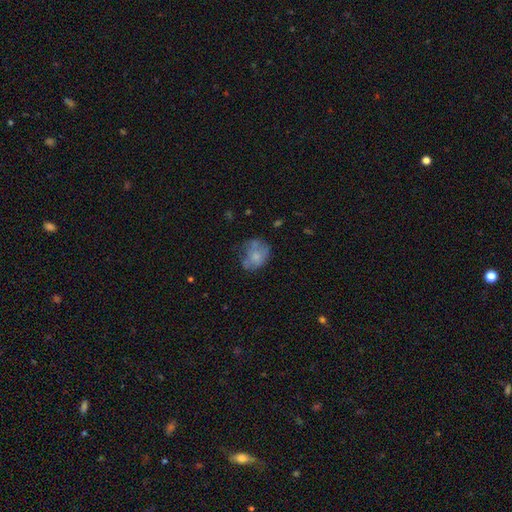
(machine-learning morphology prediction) A smooth galaxy with no disk features (57%) that is in between round and cigar-shaped (51%).

Vote fractions:
- Smooth or featured? smooth: 57% / featured or disk: 33% / star or artifact: 10%
- How rounded? in between: 51% / round: 48% / cigar-shaped: 1%
- Merging? none: 45% / minor disturbance: 28% / major disturbance: 20% / merger: 7%